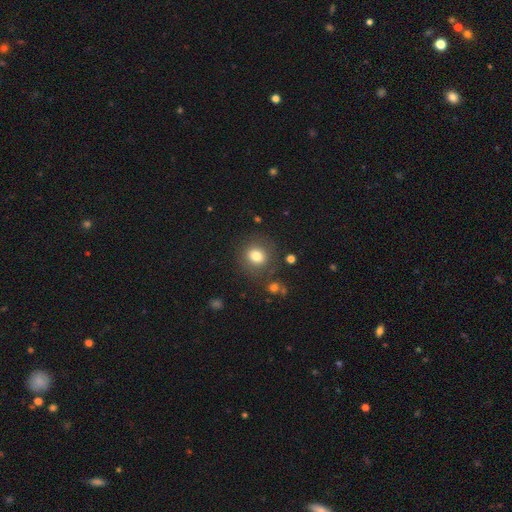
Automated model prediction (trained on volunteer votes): Morphology: type=smooth (80%); roundness=round (79%); merging=none (82%).